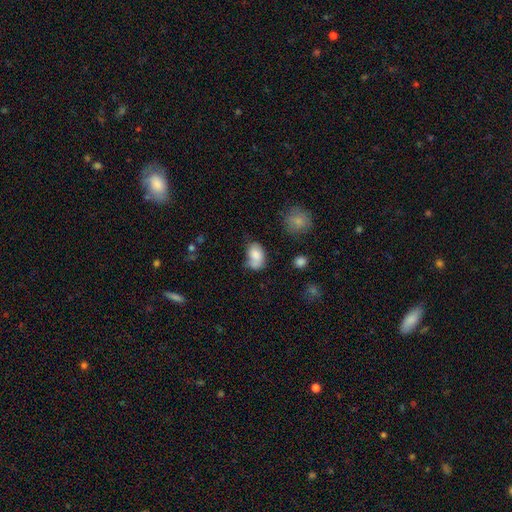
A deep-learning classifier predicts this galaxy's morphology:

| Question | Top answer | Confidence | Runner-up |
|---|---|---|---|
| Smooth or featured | smooth | 79% | featured or disk (12%) |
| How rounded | in between | 82% | round (16%) |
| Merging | none | 39% | minor disturbance (31%) |